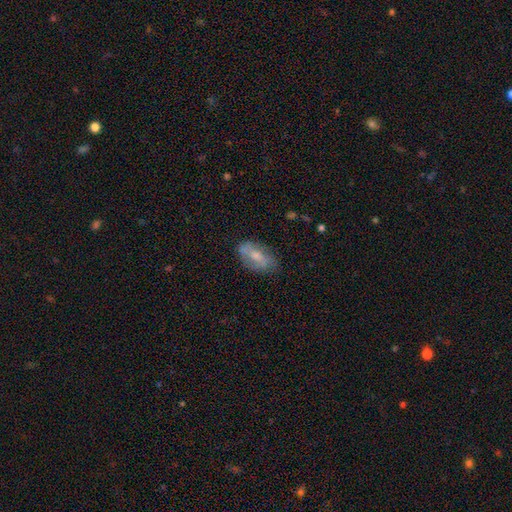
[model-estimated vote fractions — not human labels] Q: Smooth or featured?
A: smooth (52%); runner-up: featured or disk (40%)
Q: How rounded?
A: in between (89%); runner-up: cigar-shaped (6%)
Q: Merging?
A: none (67%); runner-up: minor disturbance (23%)